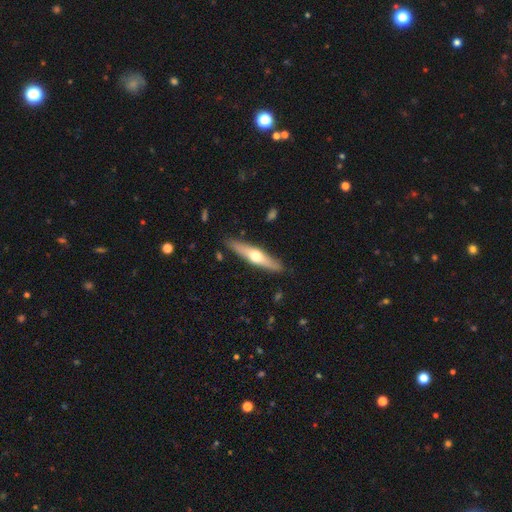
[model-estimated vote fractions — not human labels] A featured or disk galaxy (56%) viewed edge-on (92%) with a rounded central bulge (93%).

Vote fractions:
- Smooth or featured? featured or disk: 56% / smooth: 39% / star or artifact: 5%
- Edge-on disk? yes: 92% / no: 8%
- Edge-on bulge? rounded: 93% / none: 4% / boxy: 3%
- Merging? none: 88% / minor disturbance: 9% / major disturbance: 2% / merger: 1%